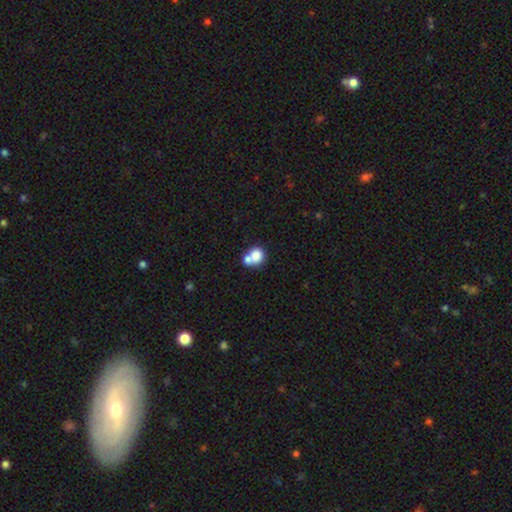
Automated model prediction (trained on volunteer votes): Smooth or featured?
  - smooth: 77% *
  - featured or disk: 13%
  - star or artifact: 10%
How rounded?
  - round: 77% *
  - in between: 22%
  - cigar-shaped: 1%
Merging?
  - merger: 54% *
  - none: 35%
  - minor disturbance: 8%
  - major disturbance: 3%